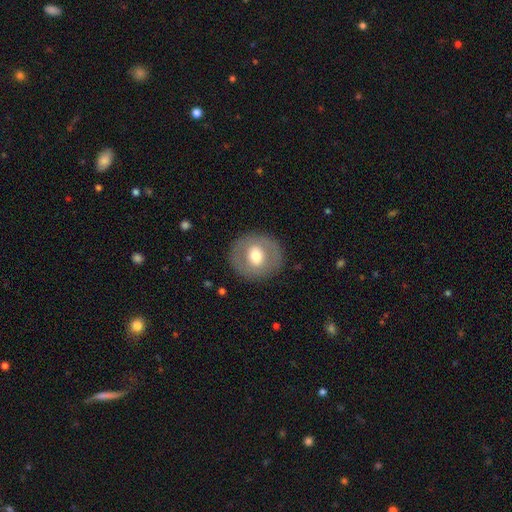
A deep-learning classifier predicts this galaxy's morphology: Smooth or featured: smooth — 55% (featured or disk — 38%)
How rounded: round — 83% (in between — 16%)
Merging: none — 86% (minor disturbance — 8%)